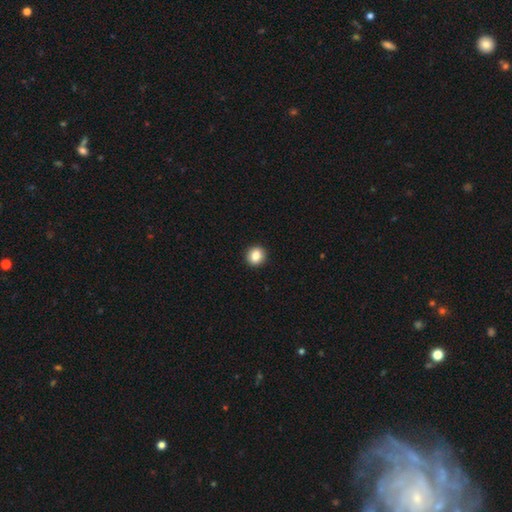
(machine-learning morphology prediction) Smooth or featured? smooth (84%)
How rounded? round (84%)
Merging? none (93%)